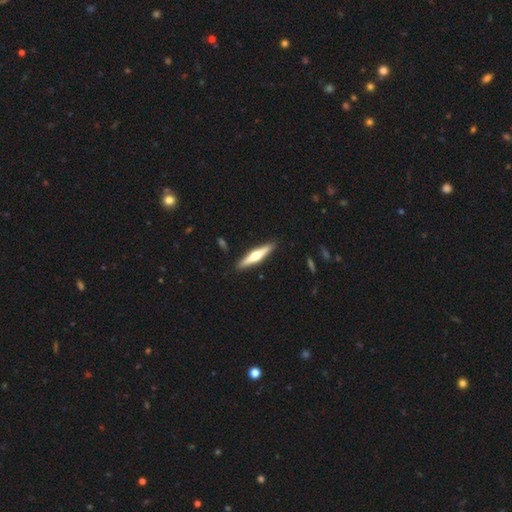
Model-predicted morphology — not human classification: Smooth or featured? Predicted: featured or disk (p=0.61). Edge-on disk? Predicted: yes (p=0.97). Edge-on bulge? Predicted: rounded (p=0.93). Merging? Predicted: none (p=0.91).